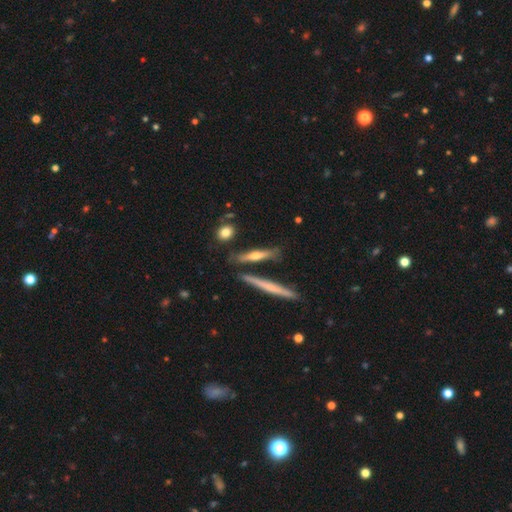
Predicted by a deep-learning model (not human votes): Overall: featured or disk (51%; smooth 41%). Edge-on disk: yes (88%). Merging: none (74%).